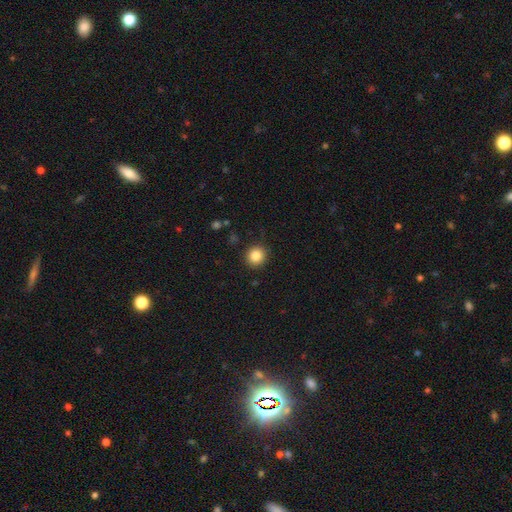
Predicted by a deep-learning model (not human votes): This is clearly a smooth galaxy (85%). How rounded: clearly round (91%). Merging: clearly none (90%).